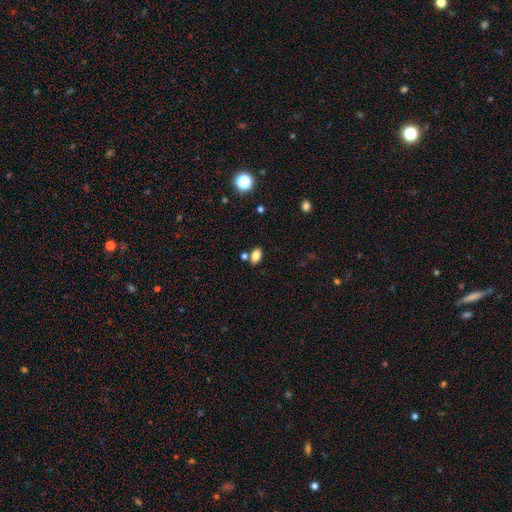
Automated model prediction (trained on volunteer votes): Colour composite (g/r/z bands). It shows a smooth galaxy with no disk features (81%) that is in between round and cigar-shaped (88%). Merging: none (70%).